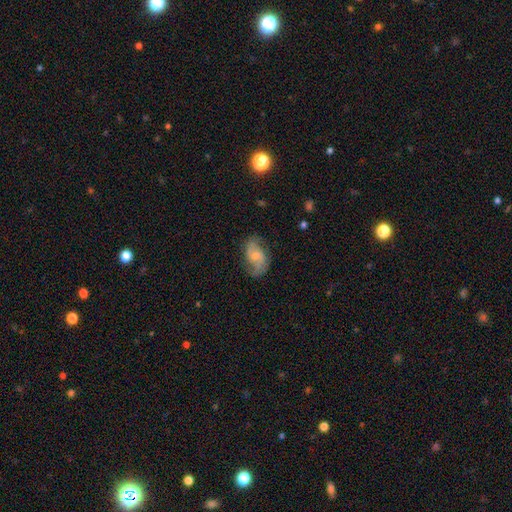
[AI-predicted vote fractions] A featured or disk galaxy (63%) with no bar (60%), 2 (81%) medium (43%) spiral arms (86%) and a small central bulge (47%). Merging: none (67%).